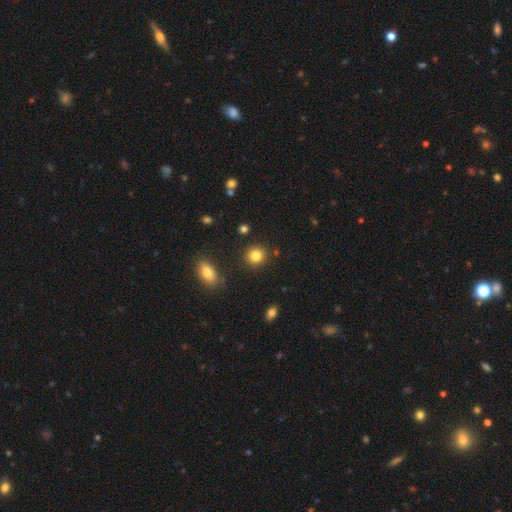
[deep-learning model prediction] Q: Smooth or featured?
A: smooth (84%); runner-up: star or artifact (10%)
Q: How rounded?
A: round (86%); runner-up: in between (13%)
Q: Merging?
A: none (88%); runner-up: minor disturbance (7%)